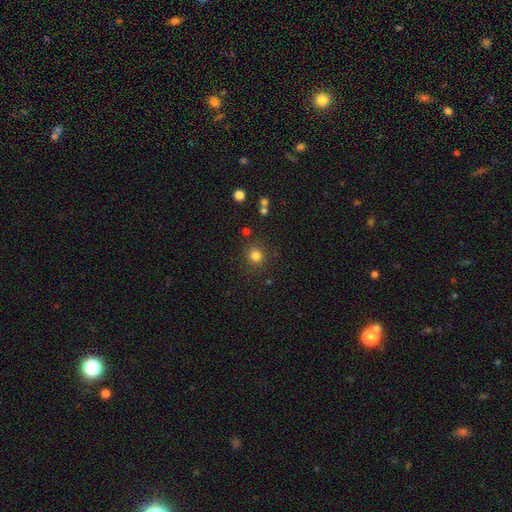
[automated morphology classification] smooth-or-featured: smooth: 81% | star or artifact: 14% | featured or disk: 5%
  how-rounded: round: 91% | in between: 8% | cigar-shaped: 1%
  merging: none: 87% | minor disturbance: 8% | merger: 3% | major disturbance: 3%